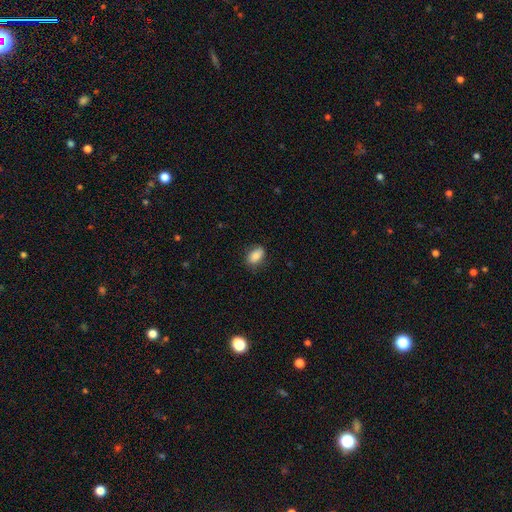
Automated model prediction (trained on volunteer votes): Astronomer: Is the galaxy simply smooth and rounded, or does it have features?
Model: smooth — 83%.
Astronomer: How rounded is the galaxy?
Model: in between — 87%.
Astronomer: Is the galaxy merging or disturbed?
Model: none — 78%.